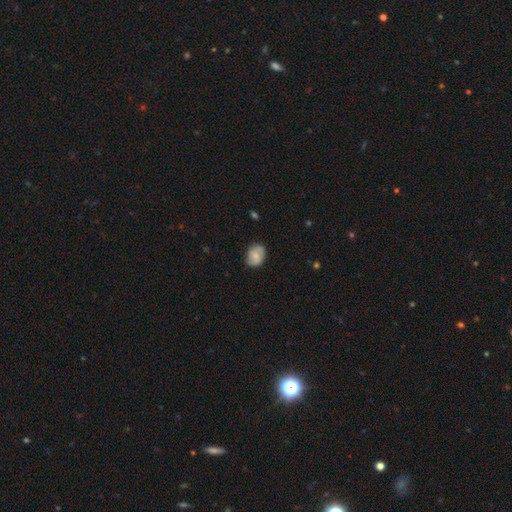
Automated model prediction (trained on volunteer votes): smooth 64%, featured or disk 28%, star or artifact 8%. Down the decision tree: how rounded — in between (63%); merging — none (75%).